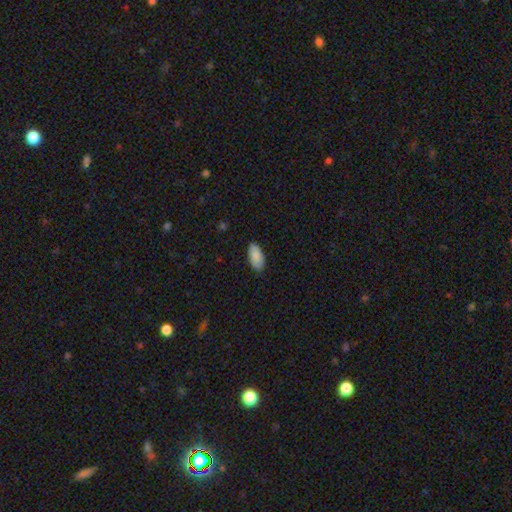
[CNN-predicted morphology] This is clearly a smooth galaxy (88%). How rounded: clearly in between (94%). Merging: clearly none (84%).